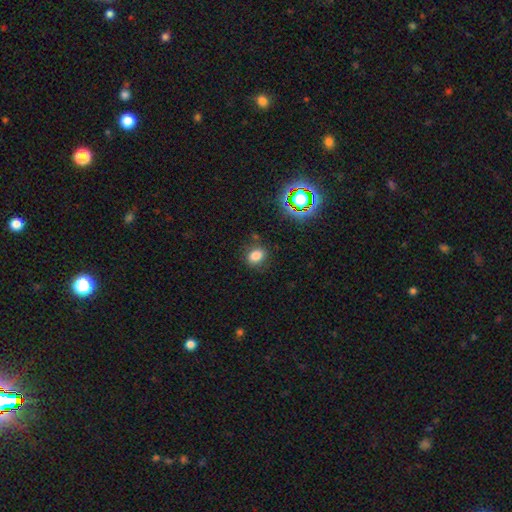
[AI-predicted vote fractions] smooth 78%, star or artifact 16%, featured or disk 6%. Down the decision tree: how rounded — in between (56%); merging — none (80%).